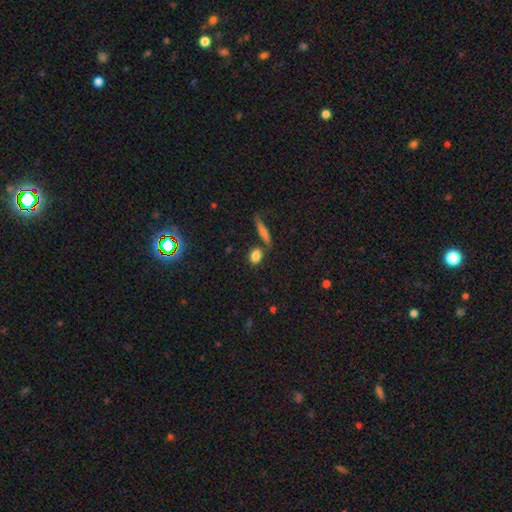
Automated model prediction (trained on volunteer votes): smooth 82%, star or artifact 10%, featured or disk 8%. Down the decision tree: how rounded — in between (65%); merging — none (66%).